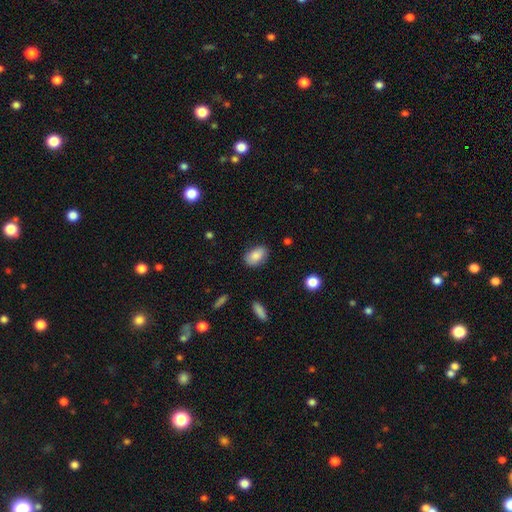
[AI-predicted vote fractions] smooth-or-featured: smooth: 85% | featured or disk: 7% | star or artifact: 7%
  how-rounded: in between: 88% | round: 10% | cigar-shaped: 1%
  merging: none: 81% | minor disturbance: 14% | major disturbance: 3% | merger: 1%